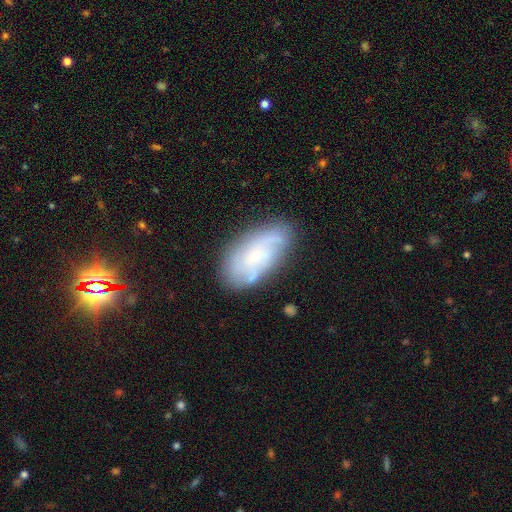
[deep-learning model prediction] Q: Smooth or featured?
A: featured or disk (52%); runner-up: smooth (39%)
Q: Edge-on disk?
A: no (93%); runner-up: yes (7%)
Q: Merging?
A: none (65%); runner-up: minor disturbance (22%)